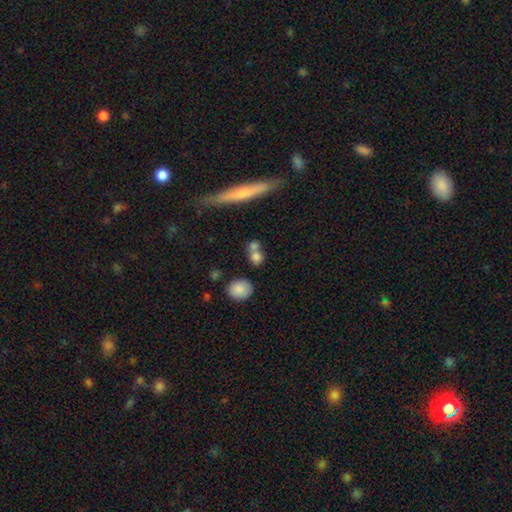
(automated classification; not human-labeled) smooth_or_featured: smooth (p=0.78) [alt: featured or disk p=0.11]
how_rounded: round (p=0.65) [alt: in between p=0.29]
merging: none (p=0.48) [alt: merger p=0.37]